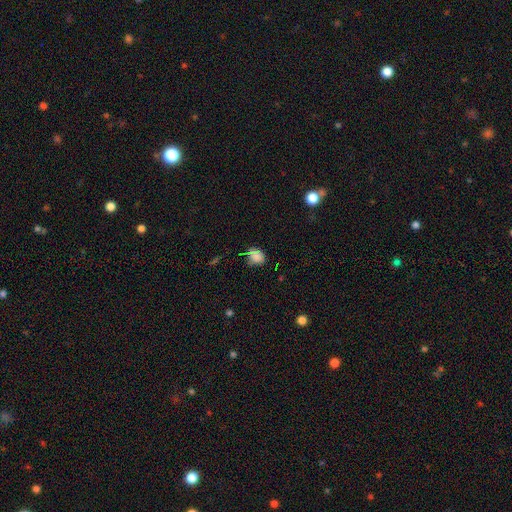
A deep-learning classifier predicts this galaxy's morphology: type=smooth (68%); roundness=round (69%); merging=none (71%).